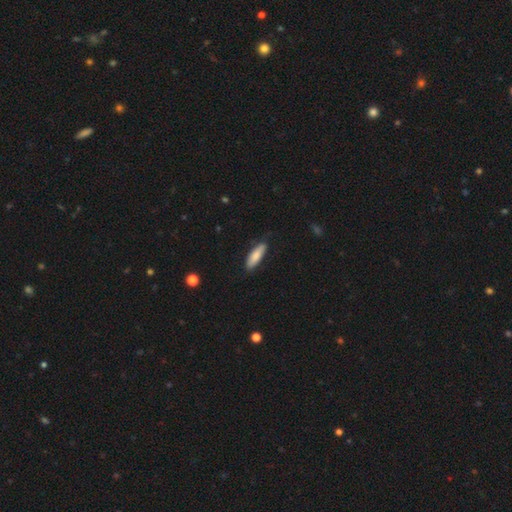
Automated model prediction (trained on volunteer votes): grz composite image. It shows a smooth galaxy with no disk features (81%) that is in between round and cigar-shaped (50%). Merging: none (82%).